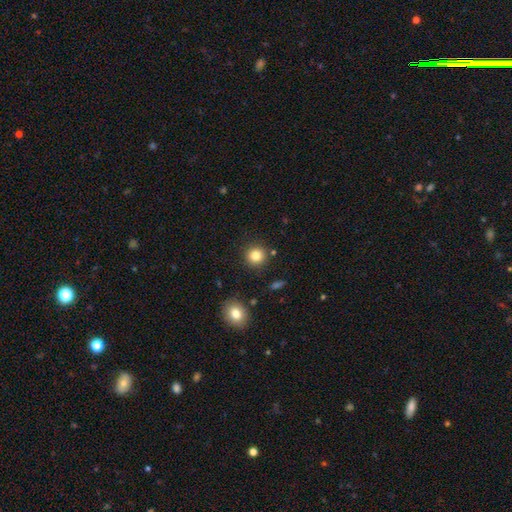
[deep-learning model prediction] smooth-or-featured: smooth: 83% | star or artifact: 11% | featured or disk: 6%
  how-rounded: round: 92% | in between: 7% | cigar-shaped: 1%
  merging: none: 88% | minor disturbance: 7% | merger: 3% | major disturbance: 2%